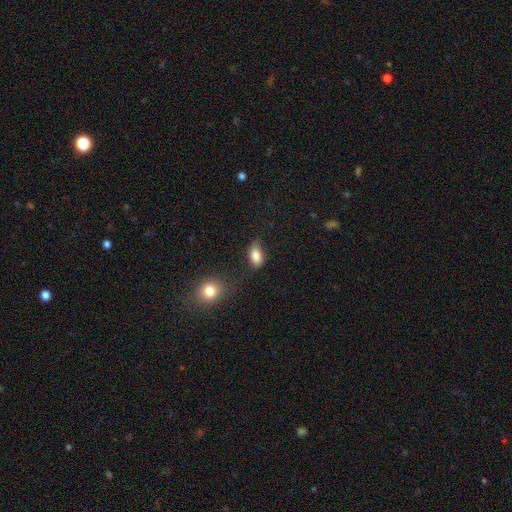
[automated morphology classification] The model was most divided on "merging": none: 61%, minor disturbance: 26%, major disturbance: 8%, merger: 5%. More confident: how rounded — in between (88%); smooth or featured — smooth (85%).